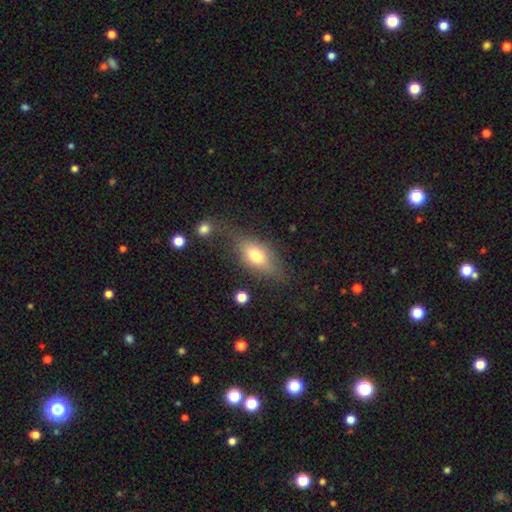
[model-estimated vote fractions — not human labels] Smooth or featured? Predicted: smooth (p=0.69). How rounded? Predicted: in between (p=0.78). Merging? Predicted: none (p=0.57).